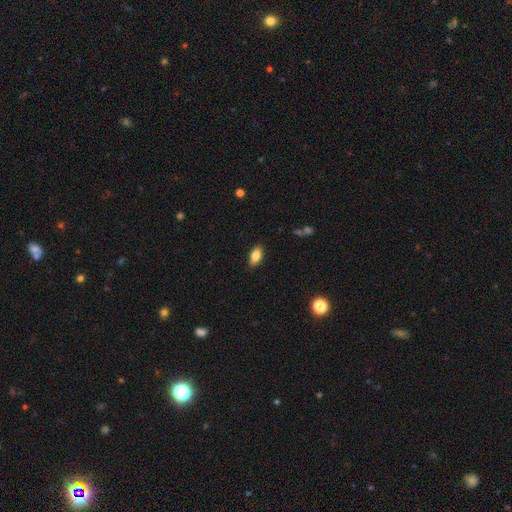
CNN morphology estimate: Smooth or featured: smooth — 83% (featured or disk — 9%)
How rounded: in between — 90% (cigar-shaped — 6%)
Merging: none — 88% (minor disturbance — 9%)